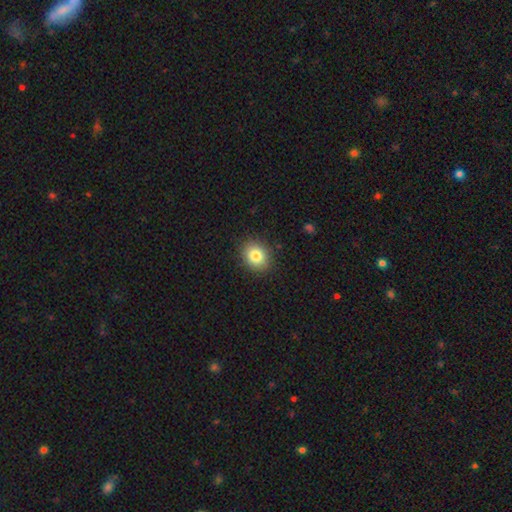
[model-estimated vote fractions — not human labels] Morphology: type=smooth (83%); roundness=round (59%); merging=none (89%).